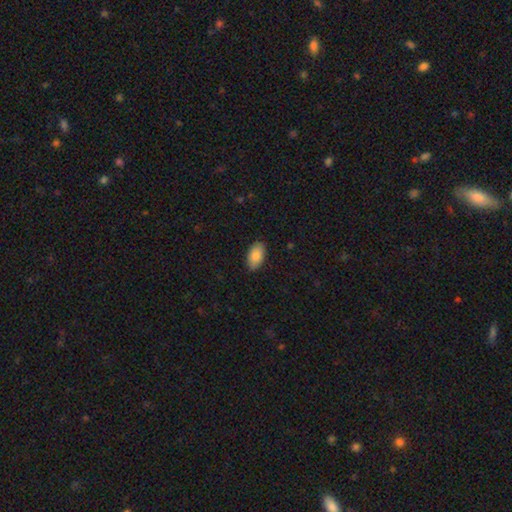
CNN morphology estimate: This is clearly a smooth galaxy (87%). How rounded: clearly in between (95%). Merging: clearly none (88%).